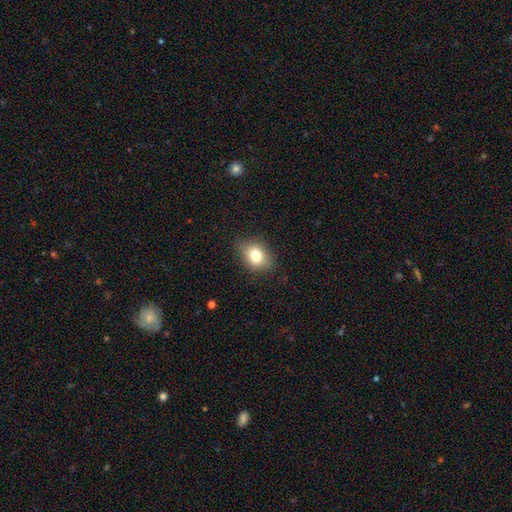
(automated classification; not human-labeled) This appears to be a smooth galaxy with no disk features (78%) that is in between round and cigar-shaped (64%). Merging: none (82%).